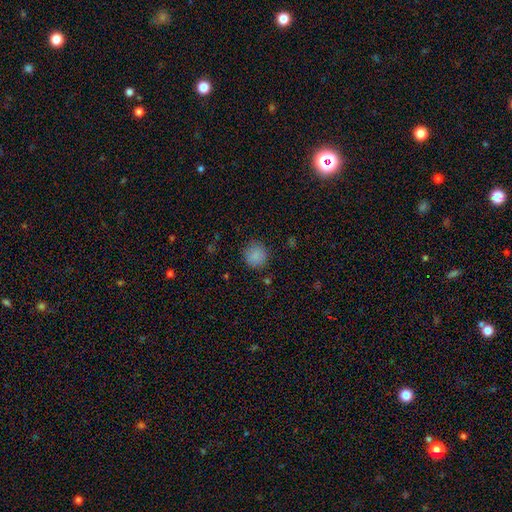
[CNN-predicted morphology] Smooth or featured? smooth (86%)
How rounded? round (92%)
Merging? none (86%)